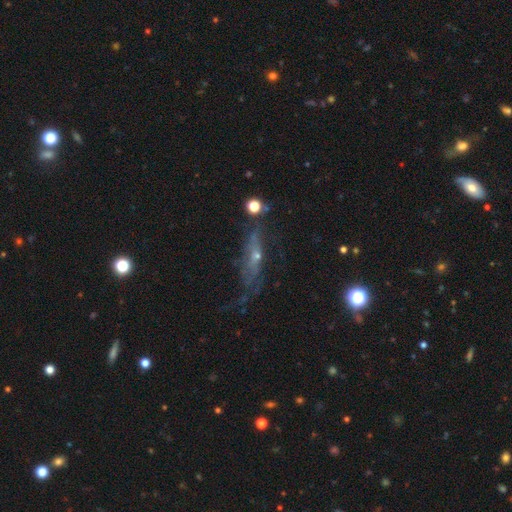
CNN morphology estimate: Smooth or featured?
  - featured or disk: 58% *
  - smooth: 25%
  - star or artifact: 17%
Edge-on disk?
  - yes: 51% *
  - no: 49%
Merging?
  - none: 52% *
  - minor disturbance: 24%
  - major disturbance: 19%
  - merger: 6%